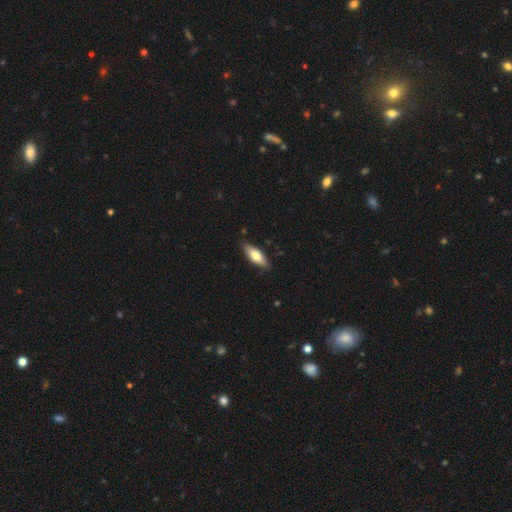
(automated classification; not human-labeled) smooth-or-featured: smooth: 68% | featured or disk: 26% | star or artifact: 5%
  how-rounded: in between: 64% | cigar-shaped: 34% | round: 2%
  merging: none: 85% | minor disturbance: 12% | major disturbance: 2% | merger: 1%